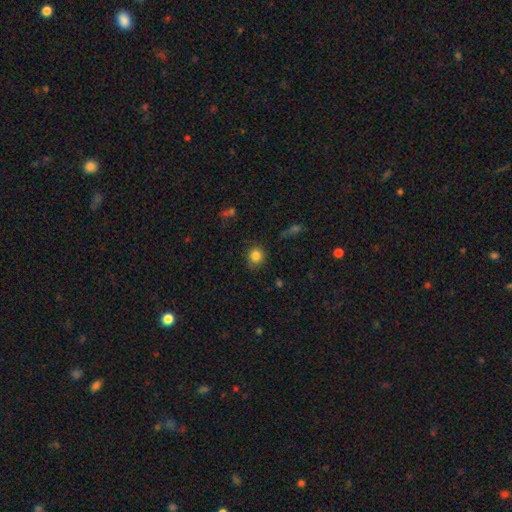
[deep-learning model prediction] This is clearly a smooth galaxy (84%). How rounded: likely round (76%). Merging: likely none (79%).